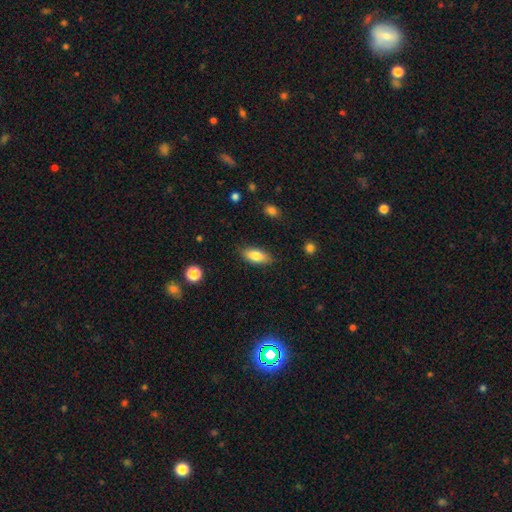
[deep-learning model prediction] Smooth or featured: smooth — 80% (featured or disk — 13%)
How rounded: in between — 82% (cigar-shaped — 14%)
Merging: none — 84% (minor disturbance — 12%)